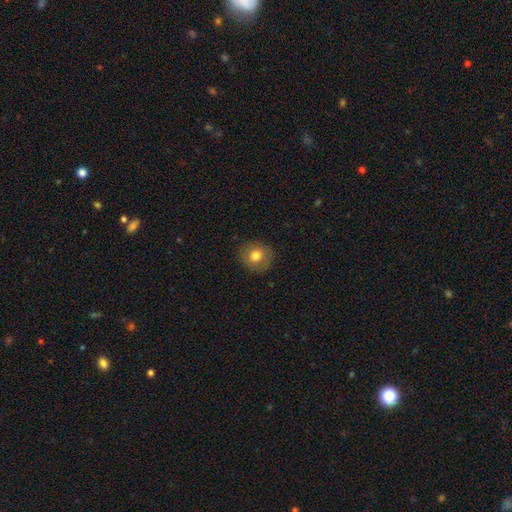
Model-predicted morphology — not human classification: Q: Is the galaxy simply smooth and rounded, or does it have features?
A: smooth — 77%.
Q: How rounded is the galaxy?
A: round — 84%.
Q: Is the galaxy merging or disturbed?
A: none — 88%.